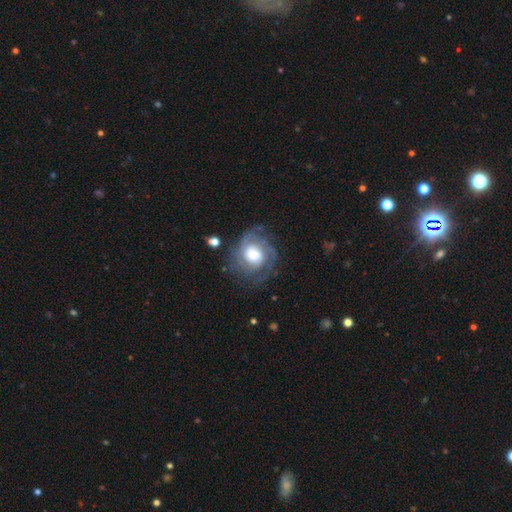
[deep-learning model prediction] smooth_or_featured: featured or disk (p=0.74) [alt: smooth p=0.18]
disk_edge_on: no (p=0.98) [alt: yes p=0.02]
bar: no (p=0.73) [alt: weak p=0.22]
has_spiral_arms: yes (p=0.91) [alt: no p=0.09]
spiral_winding: tight (p=0.53) [alt: medium p=0.36]
spiral_arm_count: can't tell (p=0.31) [alt: 3 p=0.24]
bulge_size: large (p=0.55) [alt: moderate p=0.27]
merging: none (p=0.68) [alt: minor disturbance p=0.18]